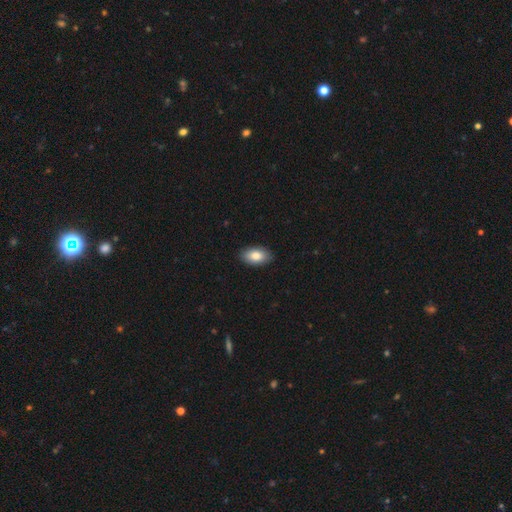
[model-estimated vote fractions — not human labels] Morphology: type=smooth (84%); roundness=in between (93%); merging=none (89%).